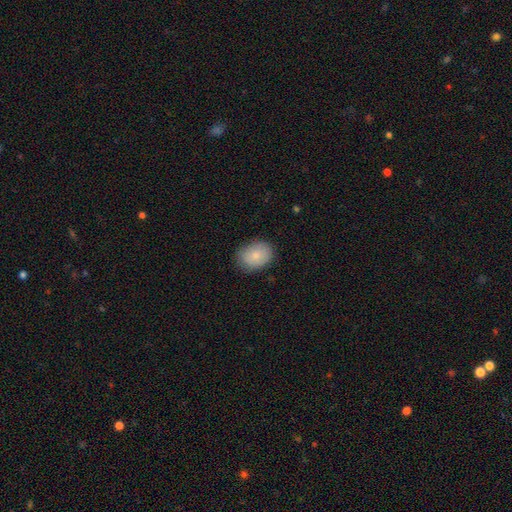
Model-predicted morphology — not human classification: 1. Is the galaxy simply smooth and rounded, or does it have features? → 84% smooth, 9% featured or disk, 7% star or artifact.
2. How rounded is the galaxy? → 71% in between, 28% round, 1% cigar-shaped.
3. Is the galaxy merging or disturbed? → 82% none, 14% minor disturbance, 3% major disturbance, 1% merger.